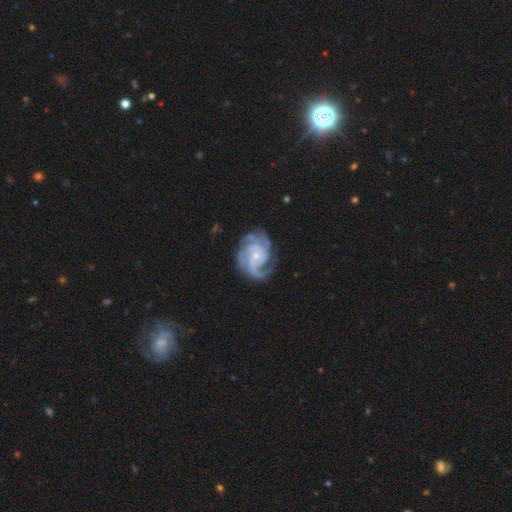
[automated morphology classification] The model was most divided on "spiral winding": tight: 54%, medium: 40%, loose: 6%. Remaining: spiral arms — yes (98%); edge-on disk — no (98%); smooth or featured — featured or disk (92%); bulge size — small (72%); merging — none (72%); bar — no (68%); spiral arm count — 3 (43%).